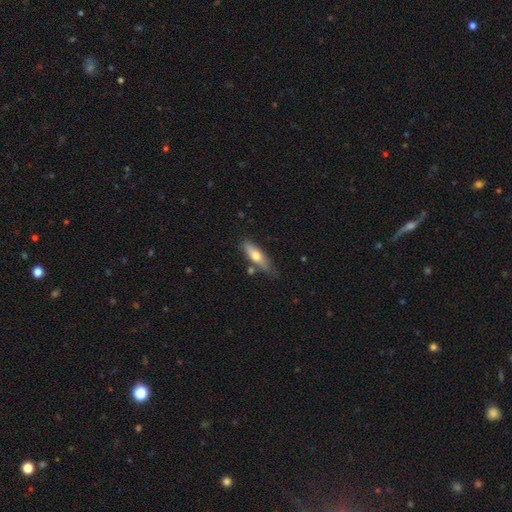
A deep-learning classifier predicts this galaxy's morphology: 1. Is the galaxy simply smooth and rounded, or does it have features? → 58% smooth, 36% featured or disk, 6% star or artifact.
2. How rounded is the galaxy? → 52% cigar-shaped, 45% in between, 3% round.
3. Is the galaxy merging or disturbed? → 66% none, 21% minor disturbance, 8% merger, 5% major disturbance.